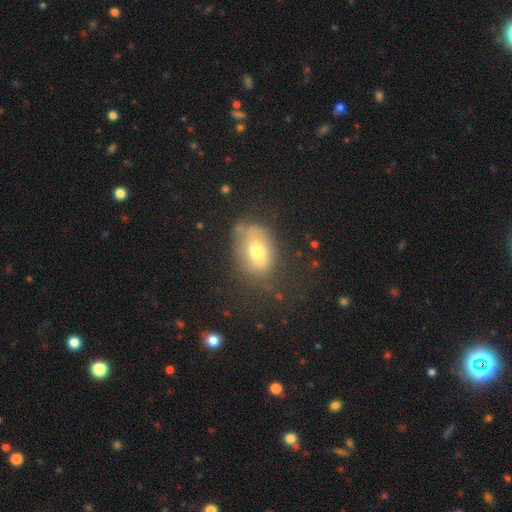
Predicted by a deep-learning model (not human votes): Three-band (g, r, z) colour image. It shows a smooth galaxy with no disk features (63%) that is in between round and cigar-shaped (80%). Merging: none (53%).